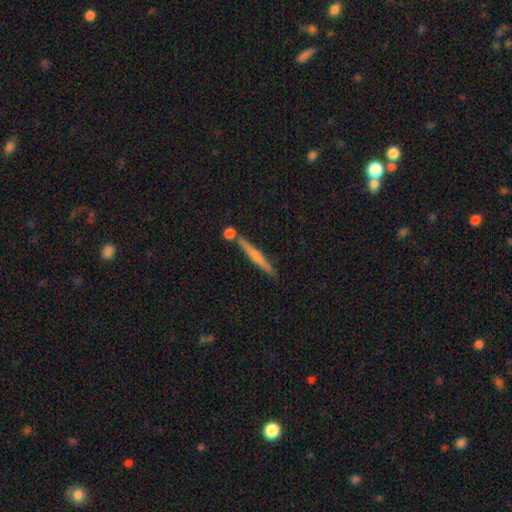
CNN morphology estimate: The model was most divided on "smooth or featured" (2-way tie): featured or disk: 47%, smooth: 47%, star or artifact: 6%. More confident: merging — none (80%).